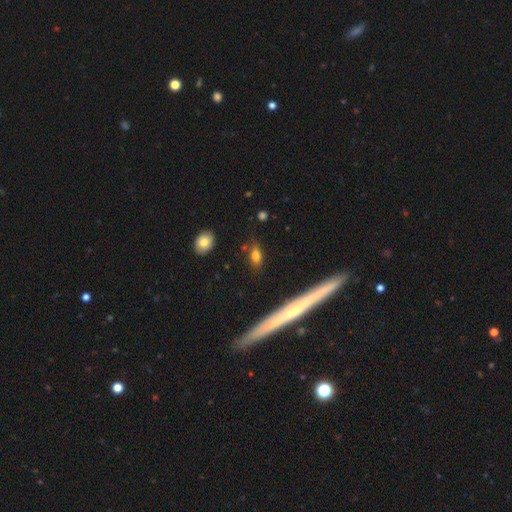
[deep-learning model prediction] Smooth or featured?
  - smooth: 74% *
  - featured or disk: 16%
  - star or artifact: 10%
How rounded?
  - in between: 70% *
  - cigar-shaped: 21%
  - round: 10%
Merging?
  - none: 76% *
  - minor disturbance: 16%
  - major disturbance: 5%
  - merger: 4%